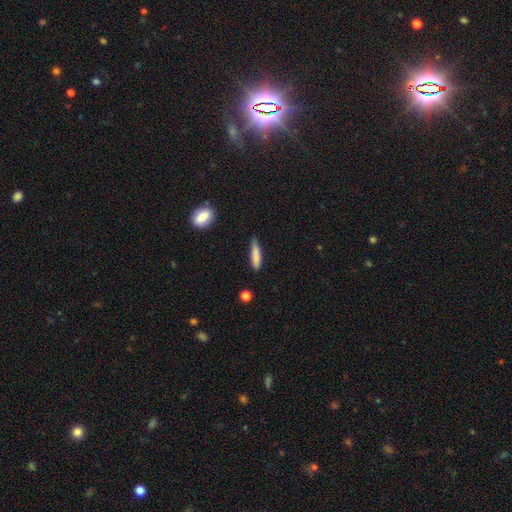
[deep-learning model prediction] Smooth or featured: smooth — 81% (featured or disk — 13%)
How rounded: cigar-shaped — 86% (in between — 13%)
Merging: none — 81% (minor disturbance — 15%)